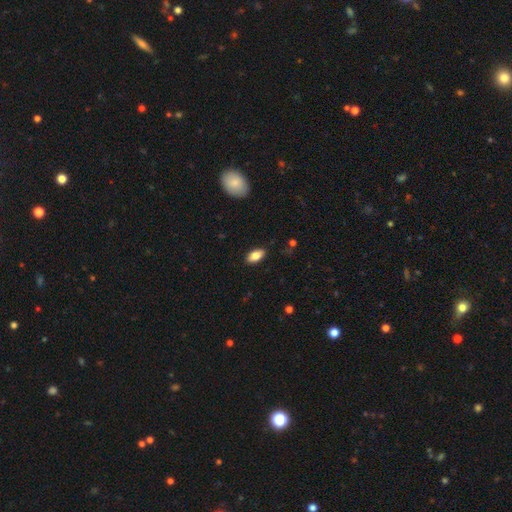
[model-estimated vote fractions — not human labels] Smooth or featured? Predicted: smooth (p=0.82). How rounded? Predicted: in between (p=0.91). Merging? Predicted: none (p=0.87).